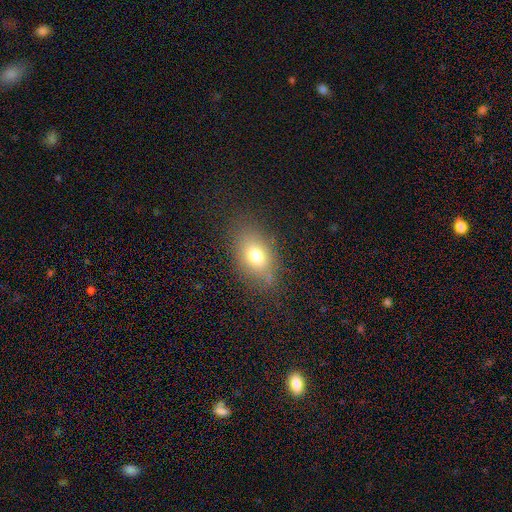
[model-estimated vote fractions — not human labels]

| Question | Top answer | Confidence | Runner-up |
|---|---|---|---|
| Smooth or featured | smooth | 72% | featured or disk (15%) |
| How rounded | in between | 79% | round (19%) |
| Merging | none | 77% | minor disturbance (15%) |